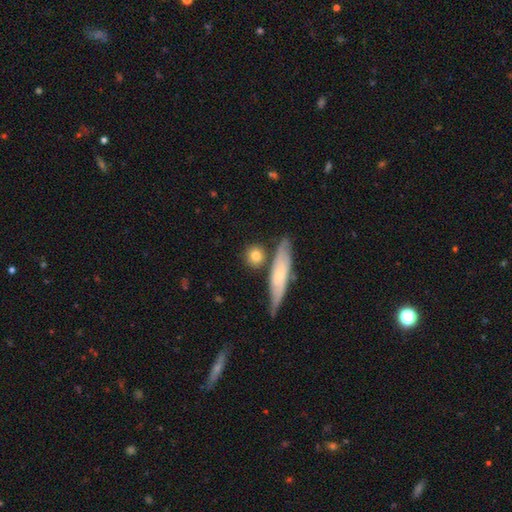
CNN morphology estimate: Smooth or featured? Predicted: smooth (p=0.76). How rounded? Predicted: round (p=0.72). Merging? Predicted: none (p=0.73).